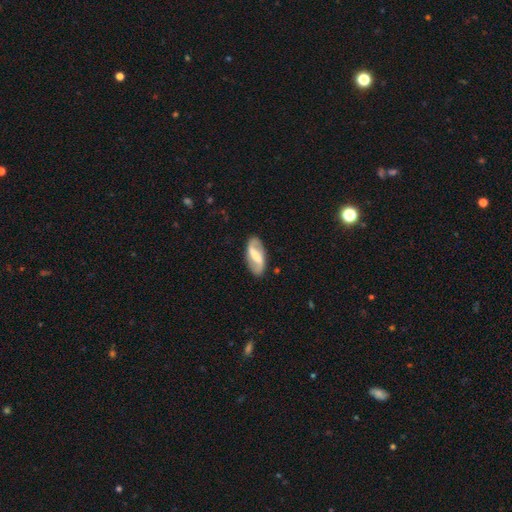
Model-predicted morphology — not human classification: Smooth or featured?
  - featured or disk: 75% *
  - smooth: 20%
  - star or artifact: 5%
Edge-on disk?
  - no: 95% *
  - yes: 5%
Bar?
  - strong: 58% *
  - weak: 32%
  - no: 10%
Spiral arms?
  - yes: 86% *
  - no: 14%
Spiral winding?
  - loose: 49% *
  - medium: 35%
  - tight: 16%
Spiral arm count?
  - 2: 91% *
  - can't tell: 4%
  - 1: 2%
  - 3: 1%
  - 4: 1%
  - more than 4: 1%
Bulge size?
  - moderate: 37% *
  - small: 30%
  - none: 18%
  - large: 12%
  - dominant: 2%
Merging?
  - none: 86% *
  - minor disturbance: 10%
  - major disturbance: 3%
  - merger: 1%